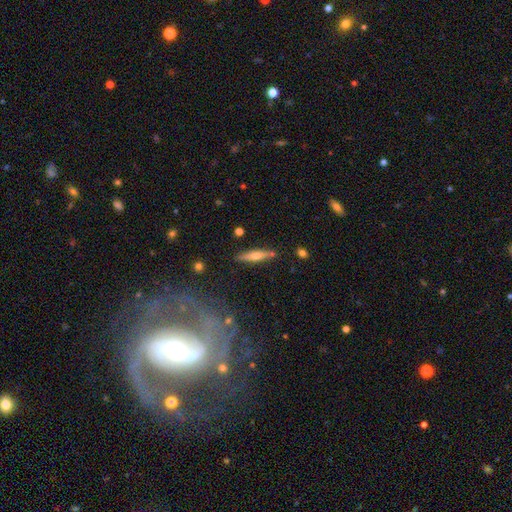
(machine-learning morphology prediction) Smooth or featured? Predicted: featured or disk (p=0.48). Merging? Predicted: none (p=0.84).